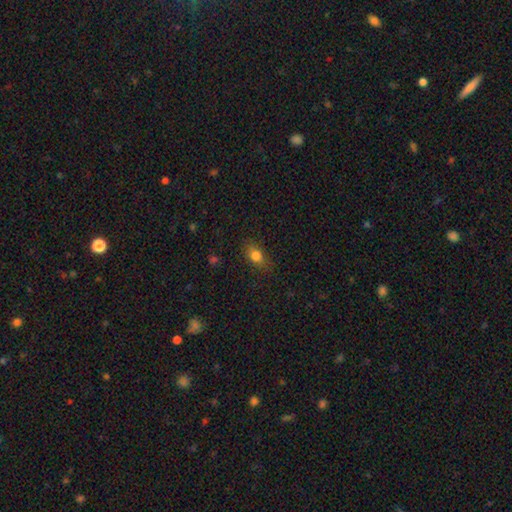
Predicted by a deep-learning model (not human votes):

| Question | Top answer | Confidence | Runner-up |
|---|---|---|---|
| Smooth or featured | smooth | 80% | star or artifact (11%) |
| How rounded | in between | 72% | round (23%) |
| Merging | none | 80% | minor disturbance (15%) |